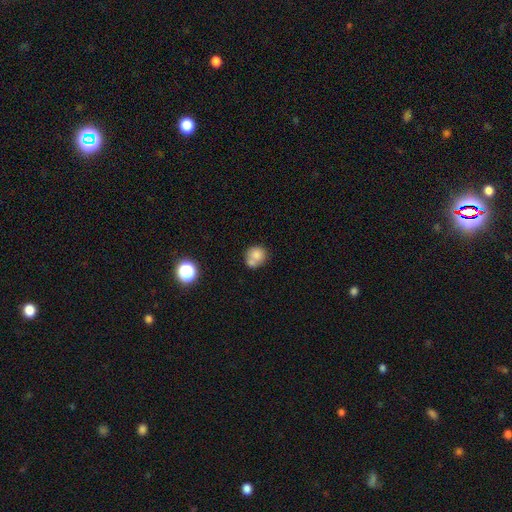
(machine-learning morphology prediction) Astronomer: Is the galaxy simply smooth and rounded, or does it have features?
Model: smooth — 77%.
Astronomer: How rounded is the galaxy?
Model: round — 80%.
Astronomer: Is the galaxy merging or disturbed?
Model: none — 45% (runner-up: merger, 36%).